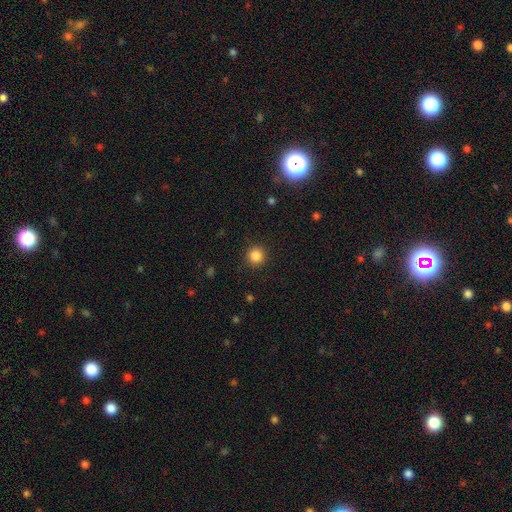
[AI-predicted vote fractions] Smooth or featured? Predicted: smooth (p=0.86). How rounded? Predicted: round (p=0.94). Merging? Predicted: none (p=0.91).